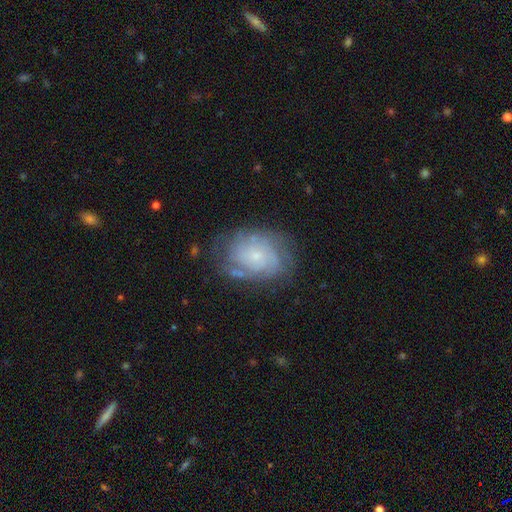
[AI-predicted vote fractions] Smooth or featured? featured or disk (70%)
Edge-on disk? no (97%)
Bar? no (79%)
Spiral arms? yes (88%)
Spiral winding? tight (64%)
Spiral arm count? can't tell (48%)
Bulge size? small (78%)
Merging? none (69%)